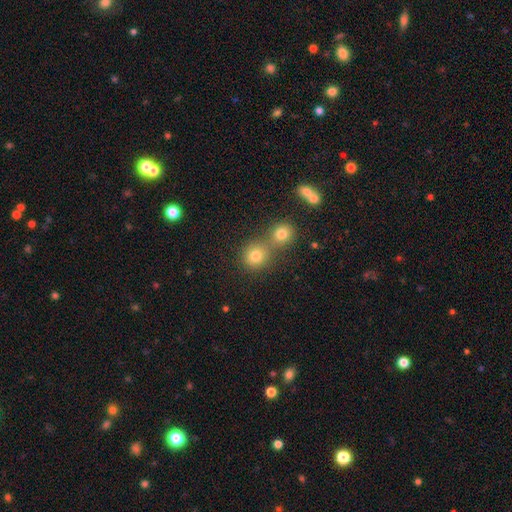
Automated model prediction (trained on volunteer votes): Morphology: type=smooth (77%); roundness=round (88%); merging=none (51%).